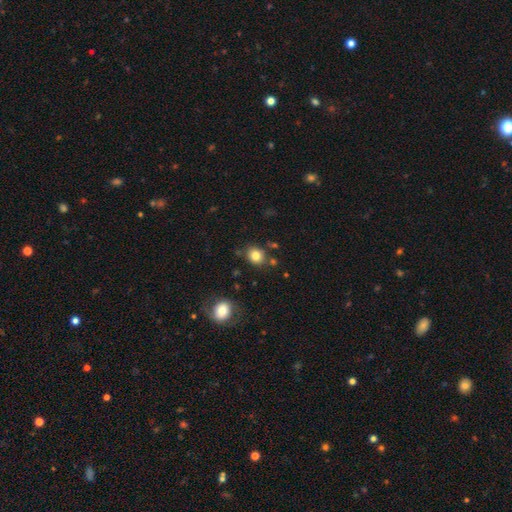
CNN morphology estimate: Smooth or featured? smooth (82%)
How rounded? round (68%)
Merging? none (79%)